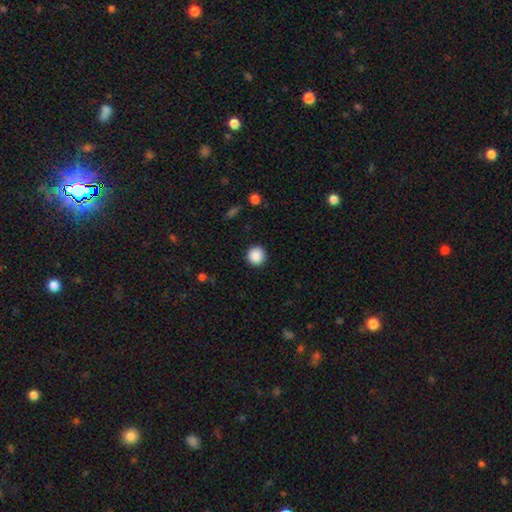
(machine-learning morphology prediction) Q: Smooth or featured?
A: smooth (89%); runner-up: star or artifact (9%)
Q: How rounded?
A: round (95%); runner-up: in between (4%)
Q: Merging?
A: none (92%); runner-up: minor disturbance (5%)